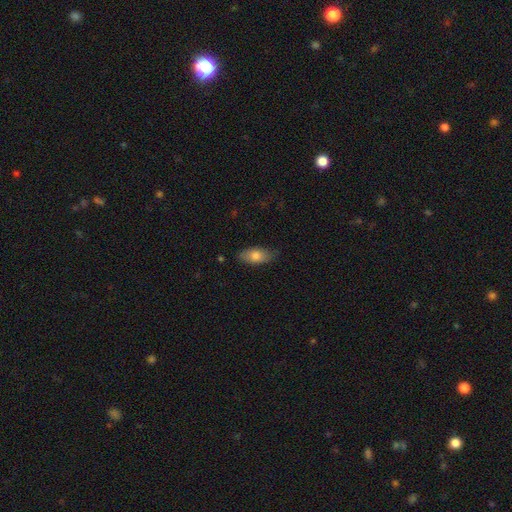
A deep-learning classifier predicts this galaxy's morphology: A smooth galaxy with no disk features (78%) that is in between round and cigar-shaped (89%).

Vote fractions:
- Smooth or featured? smooth: 78% / featured or disk: 15% / star or artifact: 7%
- How rounded? in between: 89% / cigar-shaped: 8% / round: 3%
- Merging? none: 80% / minor disturbance: 16% / major disturbance: 3% / merger: 1%